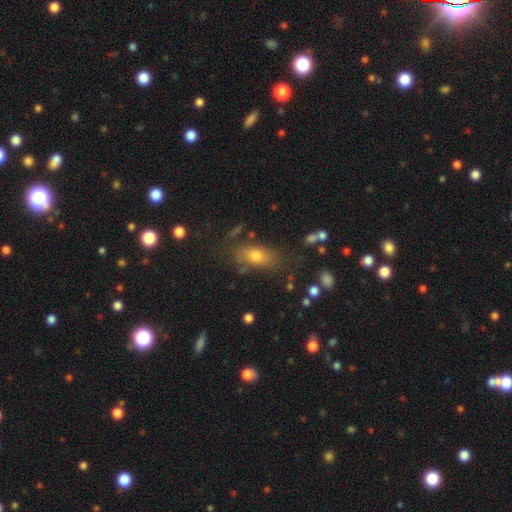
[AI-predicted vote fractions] smooth-or-featured: smooth: 72% | featured or disk: 15% | star or artifact: 13%
  how-rounded: in between: 79% | round: 12% | cigar-shaped: 9%
  merging: none: 70% | minor disturbance: 17% | major disturbance: 8% | merger: 5%